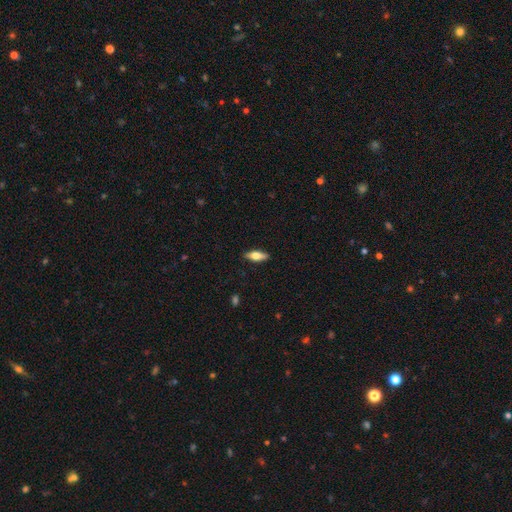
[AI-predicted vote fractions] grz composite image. It shows a smooth galaxy with no disk features (57%) that is in between round and cigar-shaped (60%). Merging: none (89%).